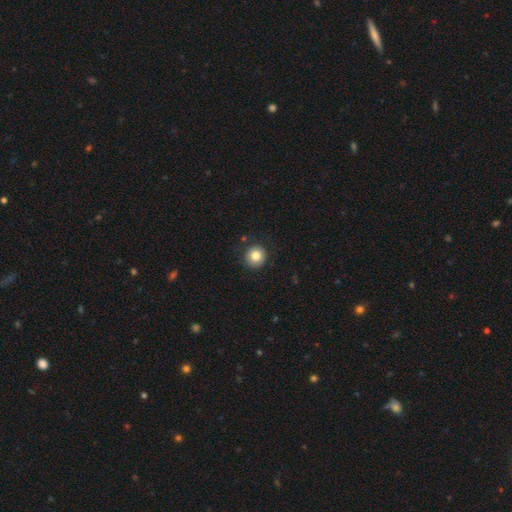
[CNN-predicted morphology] A smooth galaxy with no disk features (82%) that is round (94%). Merging: none (89%).